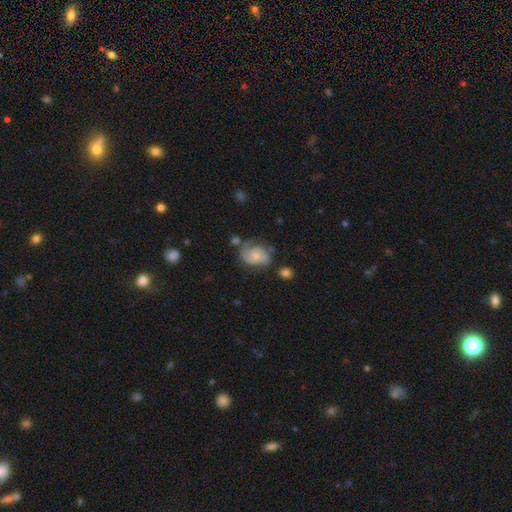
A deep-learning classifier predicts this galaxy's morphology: Smooth or featured? Predicted: featured or disk (p=0.51). Edge-on disk? Predicted: no (p=0.97). Merging? Predicted: none (p=0.45).